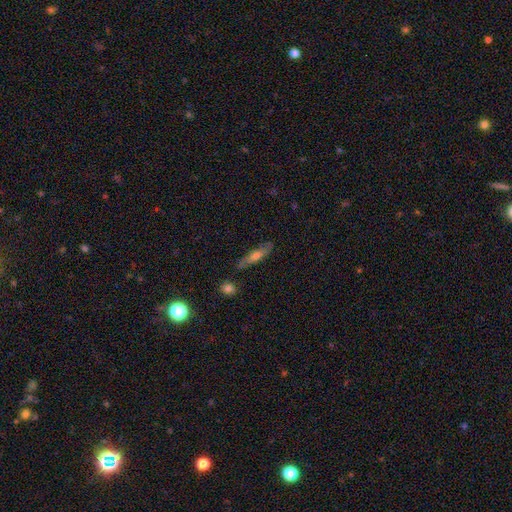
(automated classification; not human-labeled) Overall: smooth (49%; featured or disk 43%). Merging: none (80%).